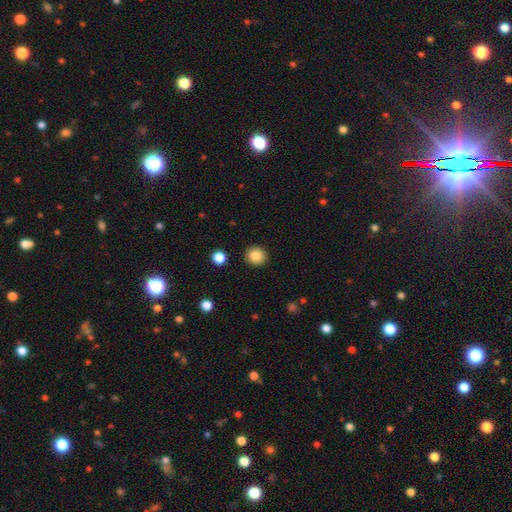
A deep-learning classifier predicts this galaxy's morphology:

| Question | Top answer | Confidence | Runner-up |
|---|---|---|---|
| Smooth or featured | smooth | 86% | star or artifact (9%) |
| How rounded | round | 91% | in between (8%) |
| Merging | none | 92% | minor disturbance (5%) |